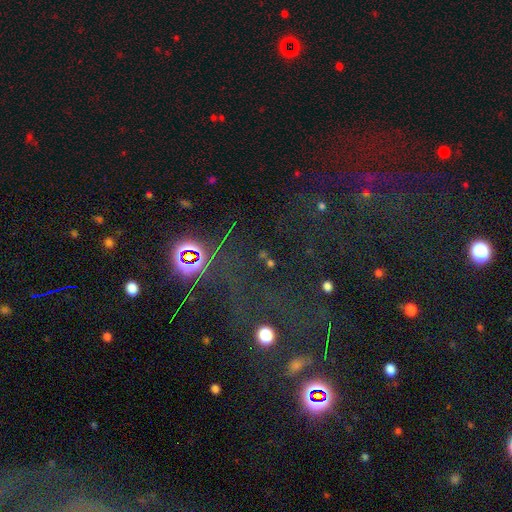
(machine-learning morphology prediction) A star or artifact, not a galaxy (73%).